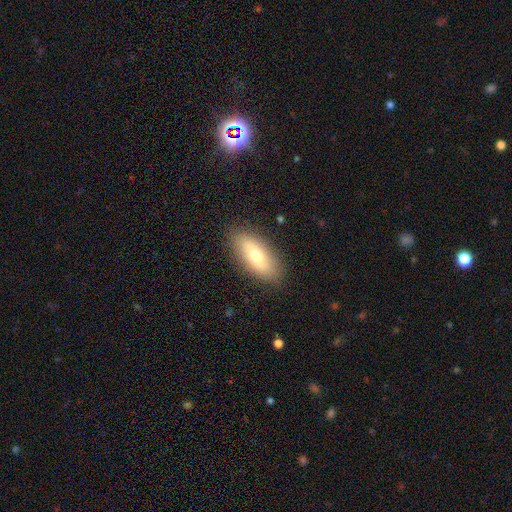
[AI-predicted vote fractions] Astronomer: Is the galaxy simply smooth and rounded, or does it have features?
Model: smooth — 65%.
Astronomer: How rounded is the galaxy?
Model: in between — 83%.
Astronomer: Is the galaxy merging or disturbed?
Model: none — 86%.